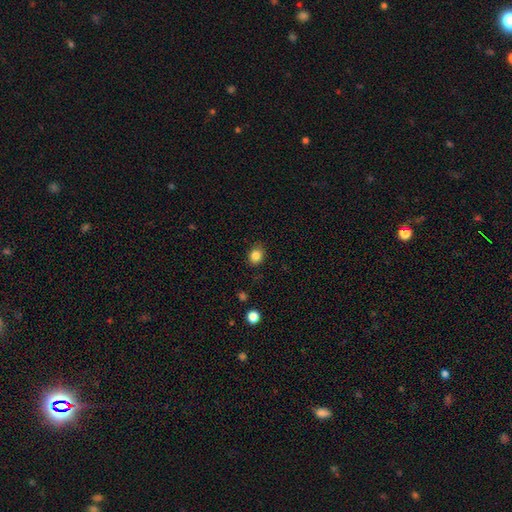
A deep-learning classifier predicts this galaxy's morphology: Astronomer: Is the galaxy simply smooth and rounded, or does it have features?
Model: smooth — 84%.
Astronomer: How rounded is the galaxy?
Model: round — 59% (runner-up: in between, 40%).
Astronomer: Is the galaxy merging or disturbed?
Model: none — 85%.